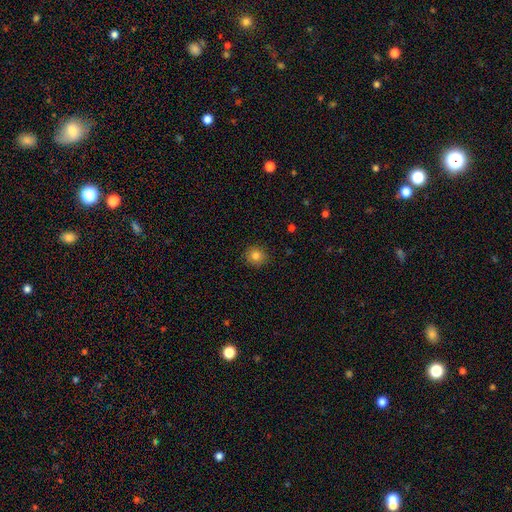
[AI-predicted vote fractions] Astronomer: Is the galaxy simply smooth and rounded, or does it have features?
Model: smooth — 82%.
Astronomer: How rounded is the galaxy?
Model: round — 89%.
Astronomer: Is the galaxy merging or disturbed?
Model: none — 89%.